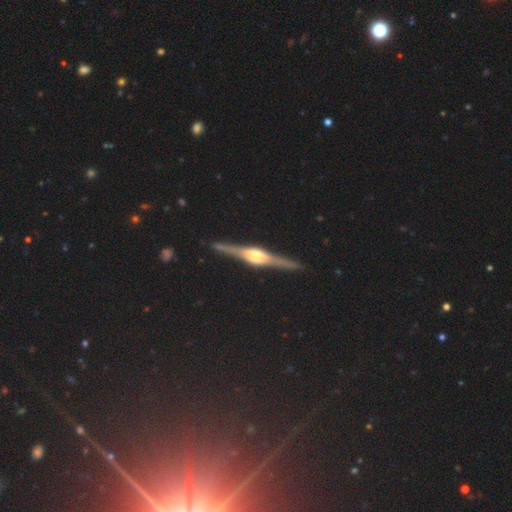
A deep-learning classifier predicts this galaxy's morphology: A featured or disk galaxy (87%) viewed edge-on (98%) with a rounded central bulge (80%).

Vote fractions:
- Smooth or featured? featured or disk: 87% / smooth: 8% / star or artifact: 5%
- Edge-on disk? yes: 98% / no: 2%
- Edge-on bulge? rounded: 80% / boxy: 17% / none: 3%
- Merging? none: 89% / minor disturbance: 8% / major disturbance: 2% / merger: 1%